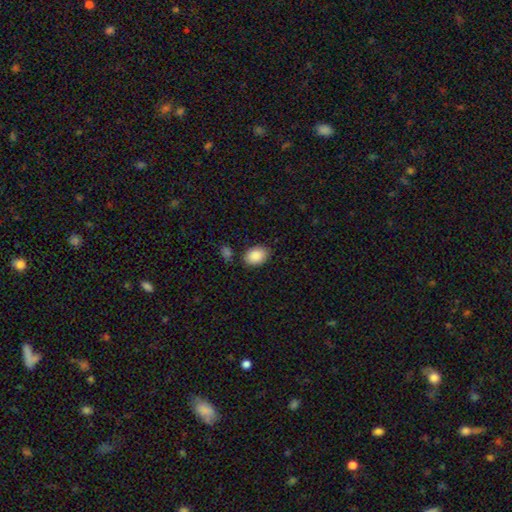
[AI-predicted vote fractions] A smooth galaxy with no disk features (89%) that is in between round and cigar-shaped (82%).

Vote fractions:
- Smooth or featured? smooth: 89% / star or artifact: 7% / featured or disk: 4%
- How rounded? in between: 82% / round: 17% / cigar-shaped: 1%
- Merging? none: 79% / minor disturbance: 13% / merger: 4% / major disturbance: 3%